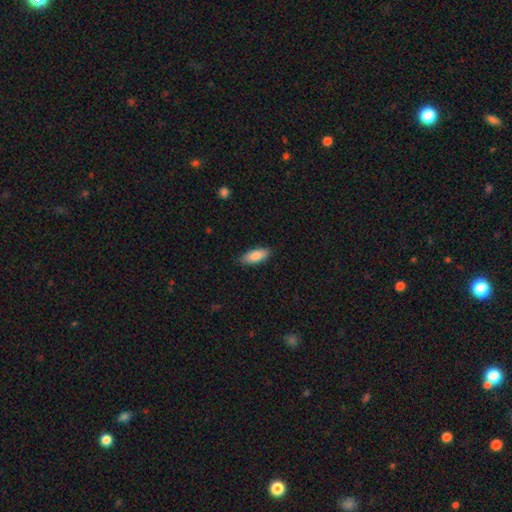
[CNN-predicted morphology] Smooth or featured? smooth (86%)
How rounded? in between (79%)
Merging? none (85%)